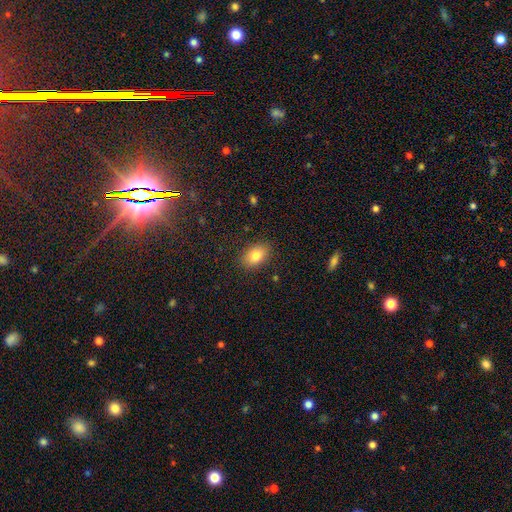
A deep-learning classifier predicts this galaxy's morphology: type=smooth (81%); roundness=in between (87%); merging=none (86%).